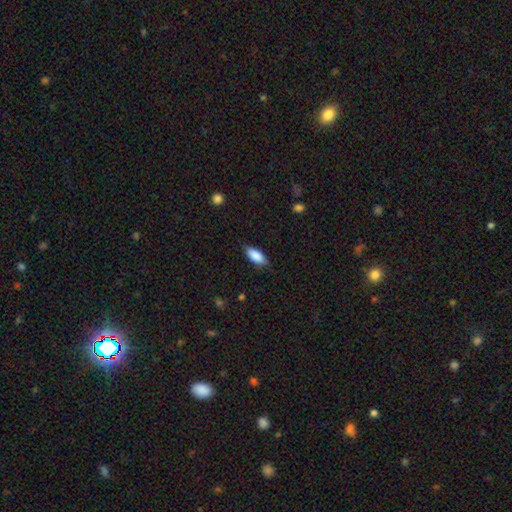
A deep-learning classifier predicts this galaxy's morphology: Smooth or featured?
  - smooth: 86% *
  - featured or disk: 8%
  - star or artifact: 6%
How rounded?
  - in between: 83% *
  - cigar-shaped: 15%
  - round: 2%
Merging?
  - none: 82% *
  - minor disturbance: 14%
  - major disturbance: 3%
  - merger: 1%